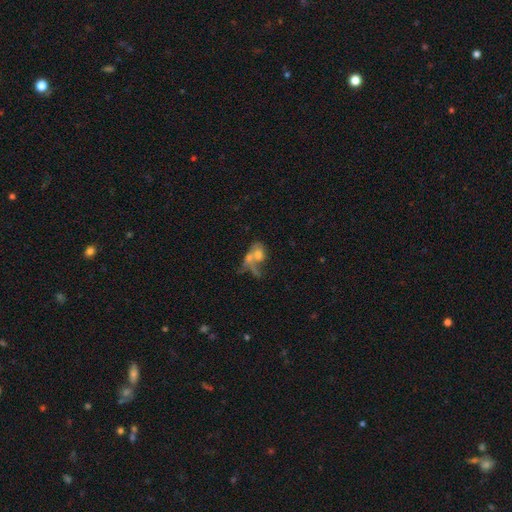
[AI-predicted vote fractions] This appears to be a smooth galaxy with no disk features (55%) that is in between round and cigar-shaped (69%). Merging: merger (56%).